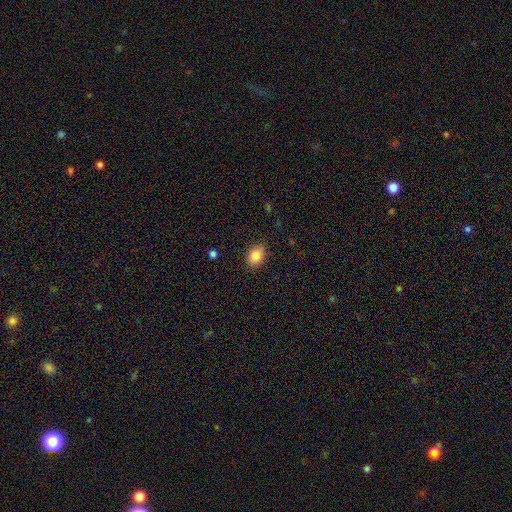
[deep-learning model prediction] Smooth or featured? Predicted: smooth (p=0.85). How rounded? Predicted: in between (p=0.66). Merging? Predicted: none (p=0.83).